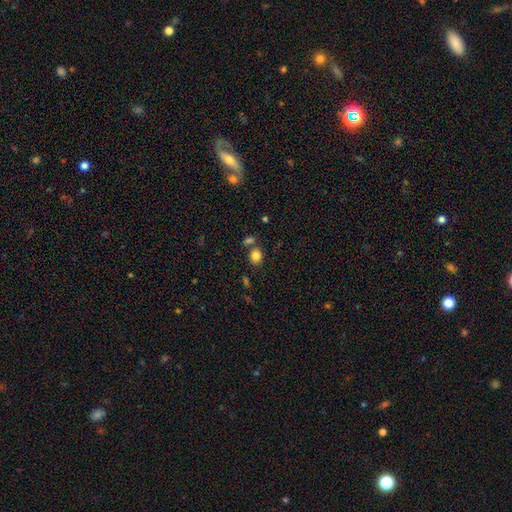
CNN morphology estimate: Smooth or featured?
  - smooth: 83% *
  - star or artifact: 11%
  - featured or disk: 6%
How rounded?
  - round: 58% *
  - in between: 41%
  - cigar-shaped: 1%
Merging?
  - none: 70% *
  - merger: 16%
  - minor disturbance: 10%
  - major disturbance: 3%